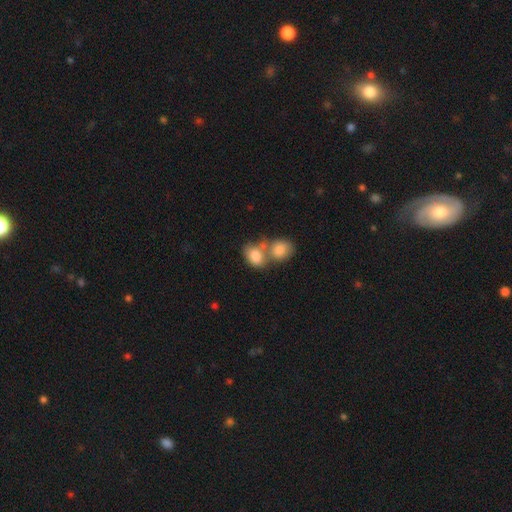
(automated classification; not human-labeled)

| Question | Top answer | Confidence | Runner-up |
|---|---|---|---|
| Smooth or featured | smooth | 82% | featured or disk (11%) |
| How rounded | in between | 72% | round (26%) |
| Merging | merger | 61% | none (27%) |